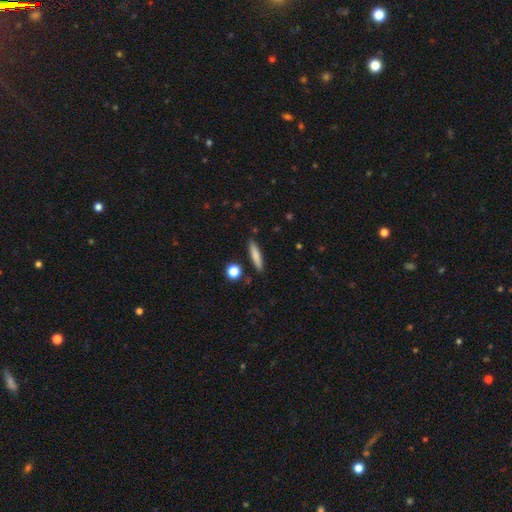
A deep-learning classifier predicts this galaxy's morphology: smooth 77%, featured or disk 16%, star or artifact 7%. Down the decision tree: how rounded — cigar-shaped (87%); merging — none (88%).